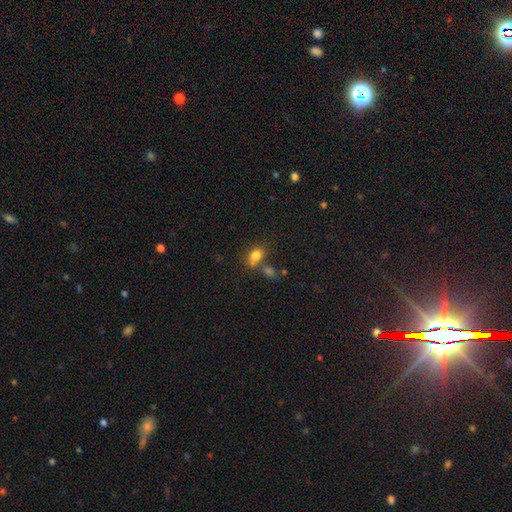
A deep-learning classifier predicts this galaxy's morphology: The model was most divided on "merging": none: 50%, merger: 29%, minor disturbance: 15%, major disturbance: 6%. More confident: smooth or featured — smooth (79%); how rounded — in between (77%).